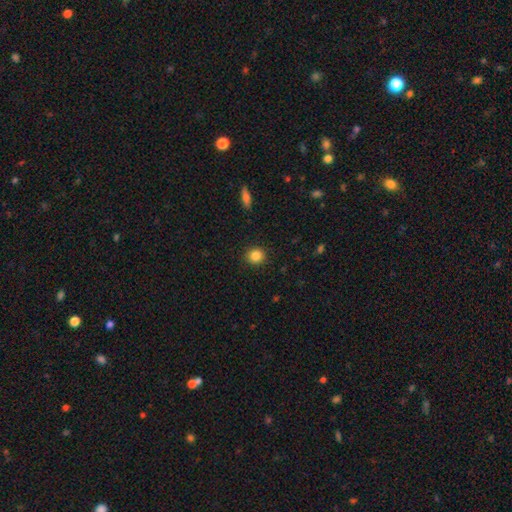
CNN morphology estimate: Q: Smooth or featured?
A: smooth (86%); runner-up: star or artifact (10%)
Q: How rounded?
A: round (88%); runner-up: in between (11%)
Q: Merging?
A: none (91%); runner-up: minor disturbance (6%)